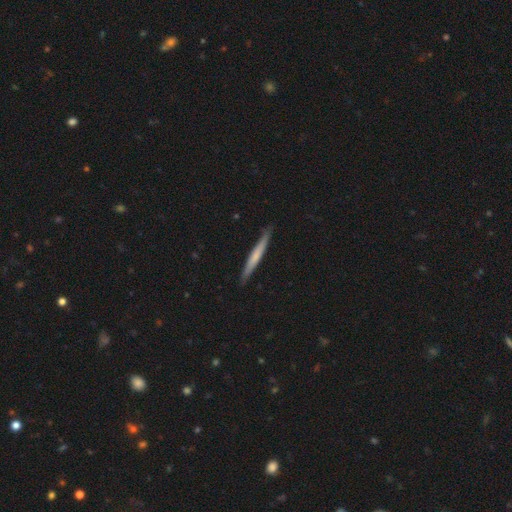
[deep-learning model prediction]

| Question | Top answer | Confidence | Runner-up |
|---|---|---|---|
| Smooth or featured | smooth | 55% | featured or disk (40%) |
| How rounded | cigar-shaped | 96% | in between (2%) |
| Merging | none | 89% | minor disturbance (9%) |